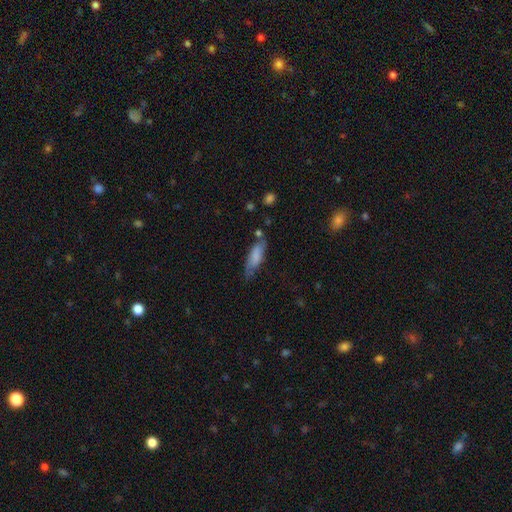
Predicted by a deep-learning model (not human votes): This appears to be a smooth galaxy with no disk features (72%) that is in between round and cigar-shaped (51%). Merging: none (59%).